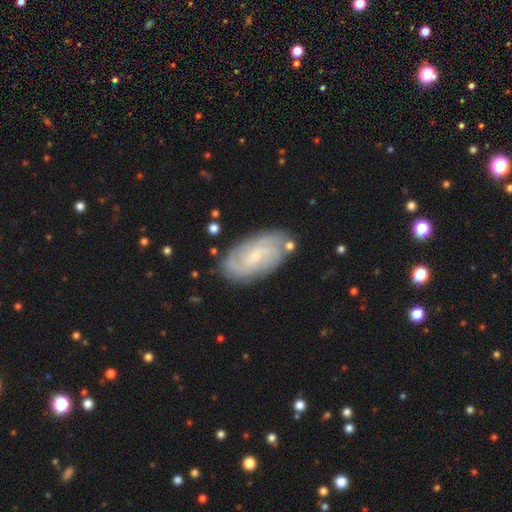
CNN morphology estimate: type=featured or disk (75%); edge-on=no (95%); bar=weak (47%); spiral arms=yes (94%); winding=tight (53%); arm count=2 (34%); bulge=small (69%); merging=none (79%).